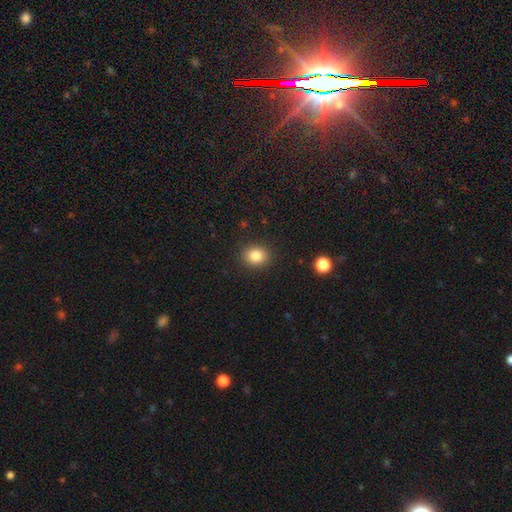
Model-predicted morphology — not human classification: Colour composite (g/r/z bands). It shows a smooth galaxy with no disk features (83%) that is round (64%). Merging: none (89%).